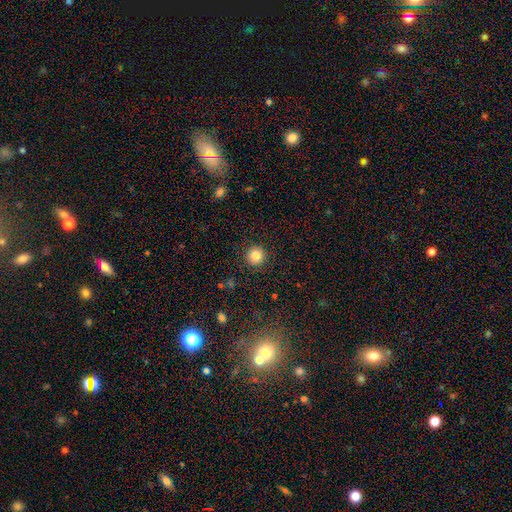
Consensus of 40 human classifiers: Q: Smooth or featured?
A: smooth (82%); runner-up: featured or disk (15%)
Q: How rounded?
A: round (97%); runner-up: in between (3%)
Q: Merging?
A: none (97%); runner-up: minor disturbance (3%)